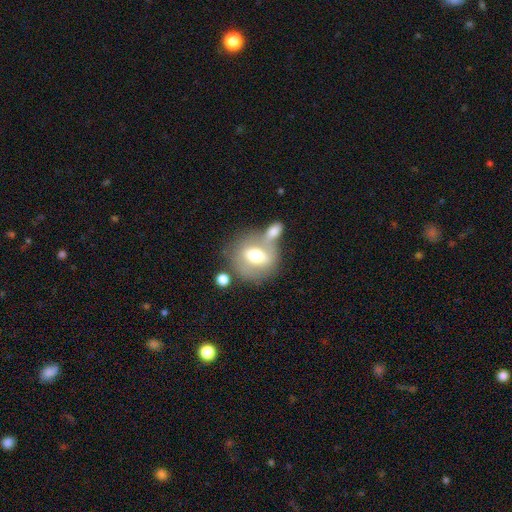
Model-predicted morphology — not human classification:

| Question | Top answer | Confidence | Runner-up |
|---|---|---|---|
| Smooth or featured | smooth | 57% | featured or disk (35%) |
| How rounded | round | 63% | in between (35%) |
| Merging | none | 47% | merger (32%) |